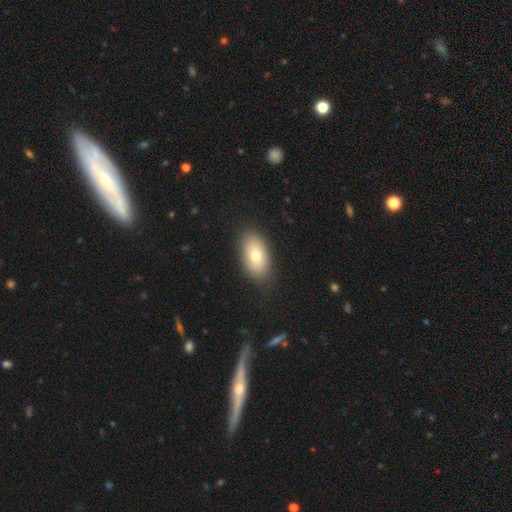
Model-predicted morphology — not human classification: smooth_or_featured: smooth (p=0.77) [alt: featured or disk p=0.15]
how_rounded: in between (p=0.92) [alt: round p=0.05]
merging: none (p=0.84) [alt: minor disturbance p=0.12]